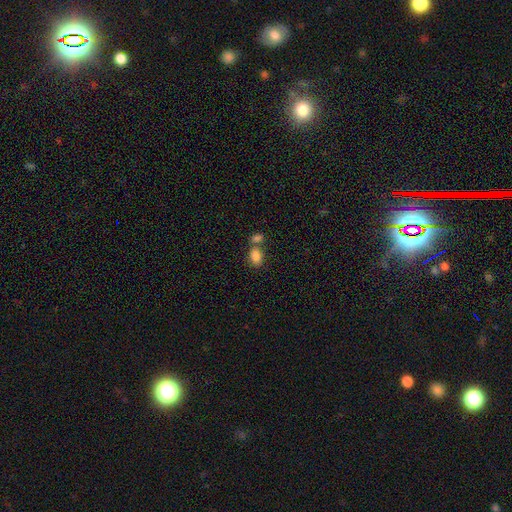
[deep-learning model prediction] The model was most divided on "merging": none: 44%, merger: 43%, minor disturbance: 9%, major disturbance: 4%. More confident: smooth or featured — smooth (85%); how rounded — in between (83%).